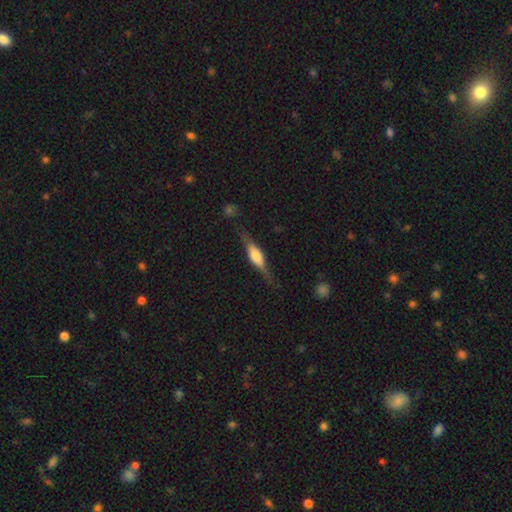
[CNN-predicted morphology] Smooth or featured? Predicted: featured or disk (p=0.62). Edge-on disk? Predicted: yes (p=0.95). Edge-on bulge? Predicted: rounded (p=0.70). Merging? Predicted: none (p=0.78).